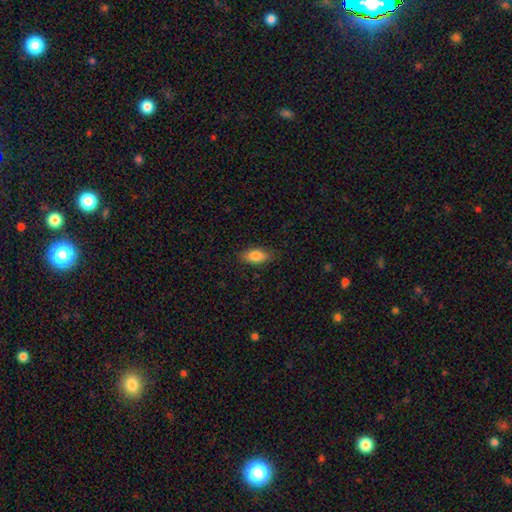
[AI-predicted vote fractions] Overall: smooth (83%). How rounded: in between (88%). Merging: none (85%).